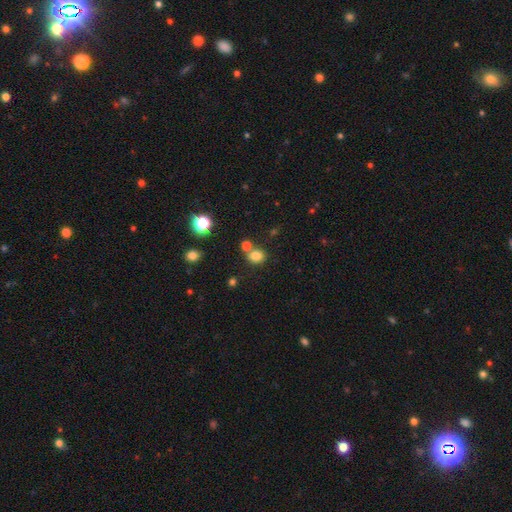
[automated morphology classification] Q: Smooth or featured?
A: smooth (79%); runner-up: star or artifact (15%)
Q: How rounded?
A: round (57%); runner-up: in between (42%)
Q: Merging?
A: none (63%); runner-up: merger (23%)